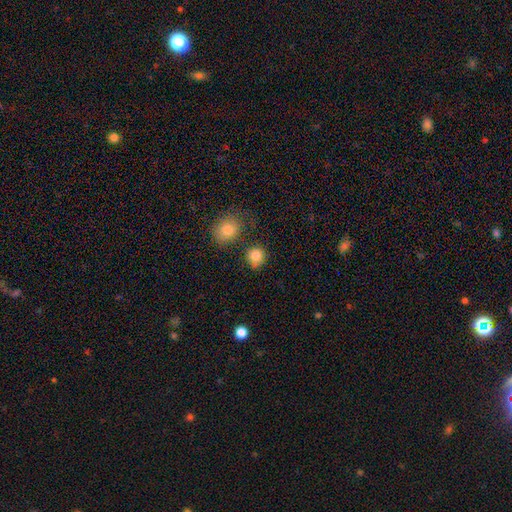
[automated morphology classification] Smooth or featured? Predicted: smooth (p=0.85). How rounded? Predicted: round (p=0.89). Merging? Predicted: none (p=0.76).